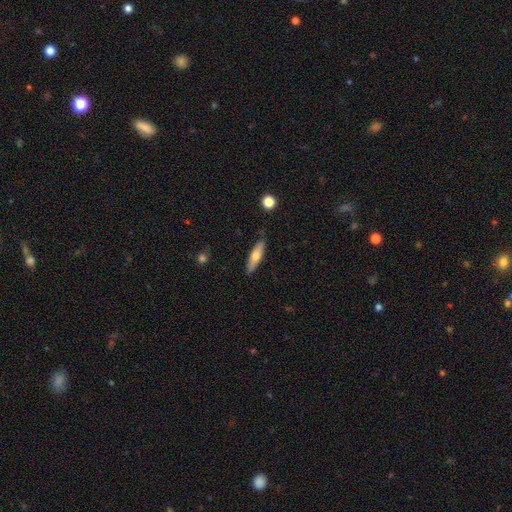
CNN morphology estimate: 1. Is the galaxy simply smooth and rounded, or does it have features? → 65% smooth, 29% featured or disk, 6% star or artifact.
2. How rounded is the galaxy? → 70% cigar-shaped, 28% in between, 2% round.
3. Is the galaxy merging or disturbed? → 84% none, 12% minor disturbance, 2% major disturbance, 2% merger.